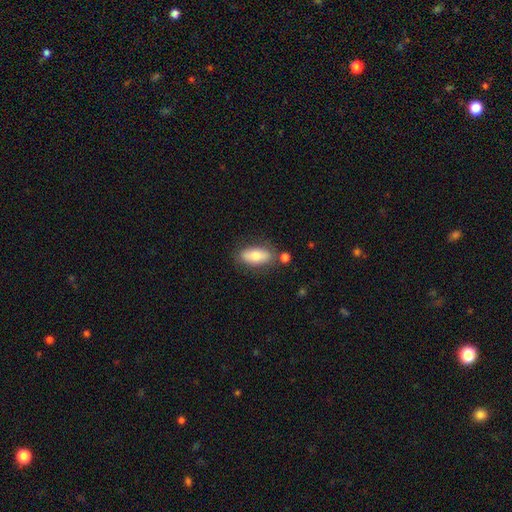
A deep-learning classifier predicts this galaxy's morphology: This appears to be a smooth galaxy with no disk features (71%) that is in between round and cigar-shaped (85%). Merging: none (73%).